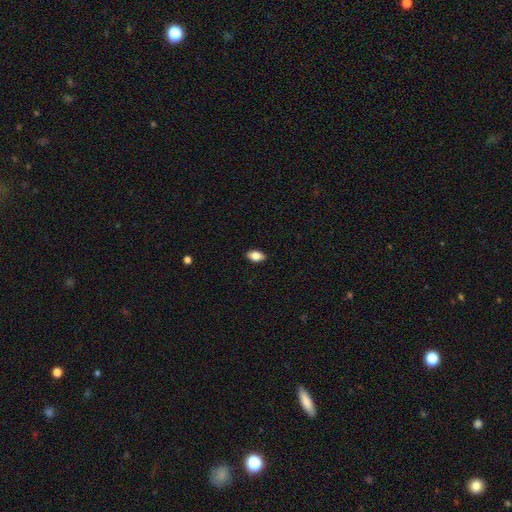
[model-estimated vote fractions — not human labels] smooth 78%, featured or disk 14%, star or artifact 8%. Down the decision tree: how rounded — in between (88%); merging — none (88%).